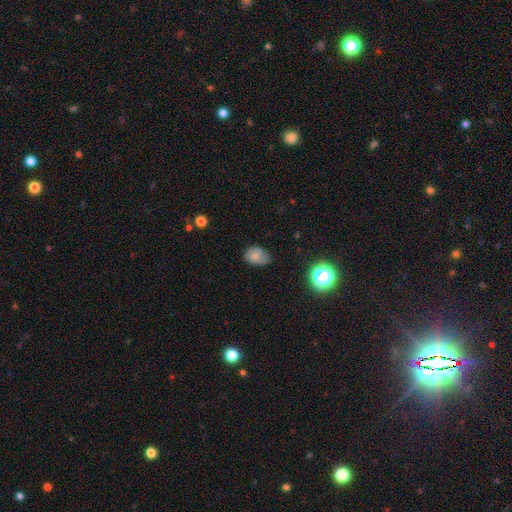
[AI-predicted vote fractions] smooth 75%, star or artifact 13%, featured or disk 11%. Down the decision tree: how rounded — in between (75%); merging — none (57%).